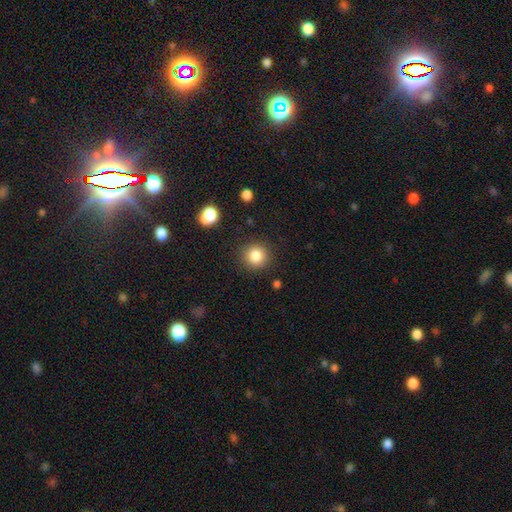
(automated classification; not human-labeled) A smooth galaxy with no disk features (84%) that is round (92%).

Vote fractions:
- Smooth or featured? smooth: 84% / star or artifact: 10% / featured or disk: 6%
- How rounded? round: 92% / in between: 7% / cigar-shaped: 1%
- Merging? none: 89% / minor disturbance: 7% / major disturbance: 3% / merger: 2%